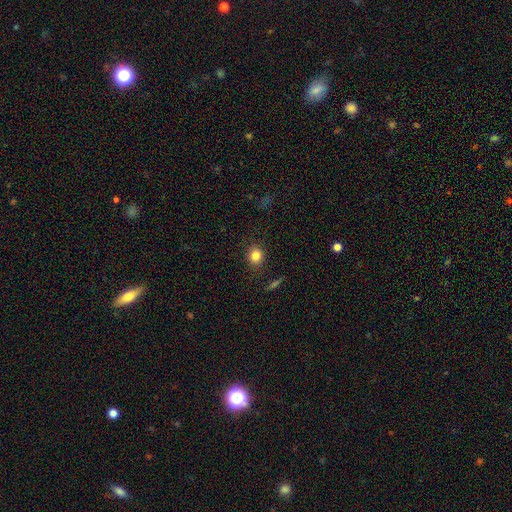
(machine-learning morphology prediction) A smooth galaxy with no disk features (82%) that is round (75%).

Vote fractions:
- Smooth or featured? smooth: 82% / star or artifact: 11% / featured or disk: 7%
- How rounded? round: 75% / in between: 23% / cigar-shaped: 1%
- Merging? none: 87% / minor disturbance: 9% / major disturbance: 3% / merger: 1%